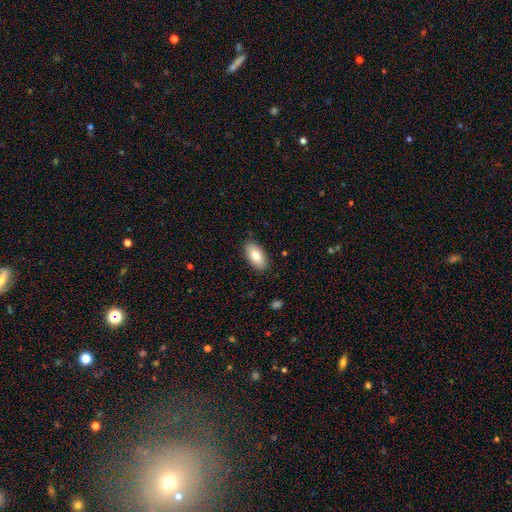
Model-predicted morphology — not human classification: Smooth or featured? Predicted: smooth (p=0.82). How rounded? Predicted: in between (p=0.93). Merging? Predicted: none (p=0.87).